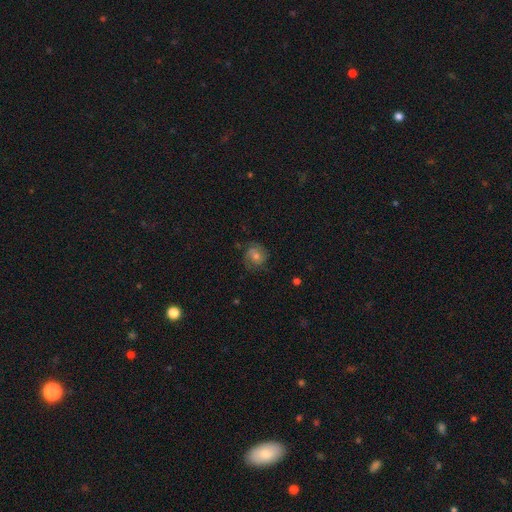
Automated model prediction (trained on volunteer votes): A featured or disk galaxy (53%) with no bar (72%), spiral arms (86%) and a moderate central bulge (54%). Merging: none (74%).